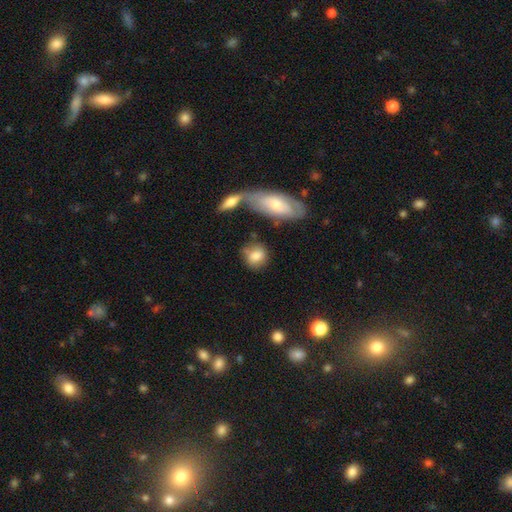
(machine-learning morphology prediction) This is clearly a smooth galaxy (80%). How rounded: possibly round (57%). Merging: possibly none (60%).